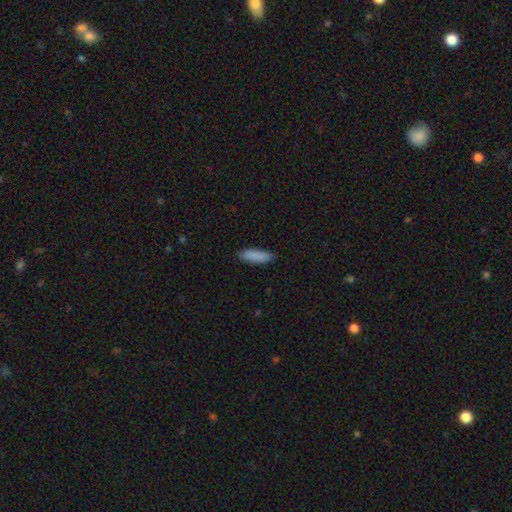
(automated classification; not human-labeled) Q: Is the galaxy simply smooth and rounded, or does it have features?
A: smooth — 88%.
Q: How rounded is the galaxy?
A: in between — 50%.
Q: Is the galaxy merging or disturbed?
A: none — 87%.